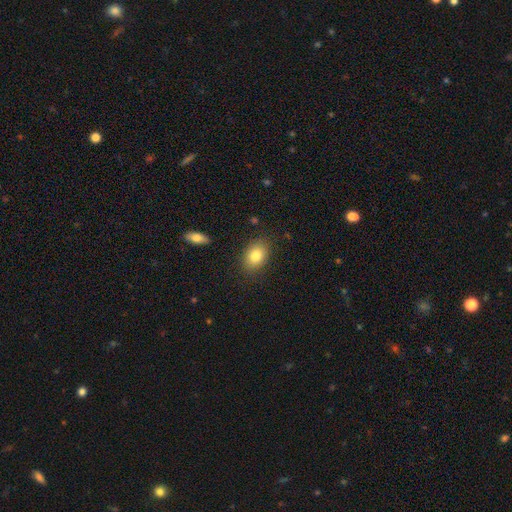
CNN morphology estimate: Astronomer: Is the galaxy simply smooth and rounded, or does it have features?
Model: smooth — 83%.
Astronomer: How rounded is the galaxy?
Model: in between — 76%.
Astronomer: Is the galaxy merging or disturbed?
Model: none — 85%.